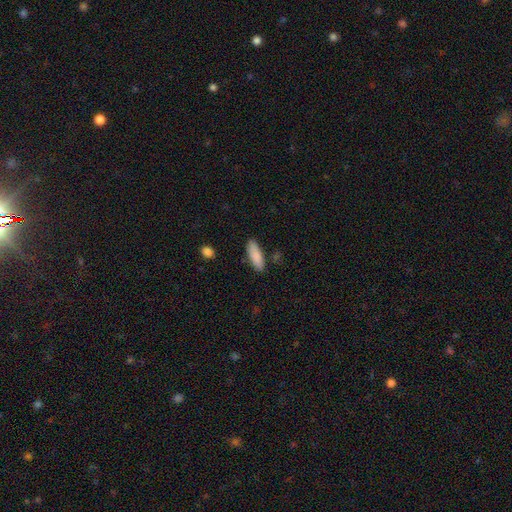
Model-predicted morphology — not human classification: Smooth or featured? smooth (87%)
How rounded? in between (58%)
Merging? none (84%)